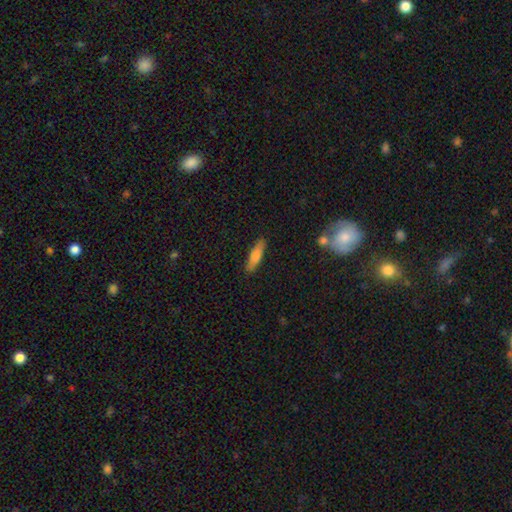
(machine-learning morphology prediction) Smooth or featured? Predicted: smooth (p=0.66). How rounded? Predicted: cigar-shaped (p=0.69). Merging? Predicted: none (p=0.87).